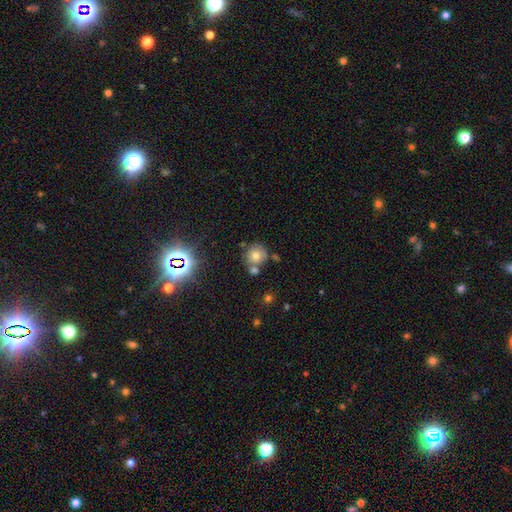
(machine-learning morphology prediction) A smooth galaxy with no disk features (68%) that is round (88%).

Vote fractions:
- Smooth or featured? smooth: 68% / star or artifact: 18% / featured or disk: 15%
- How rounded? round: 88% / in between: 11% / cigar-shaped: 1%
- Merging? none: 61% / merger: 23% / minor disturbance: 12% / major disturbance: 4%